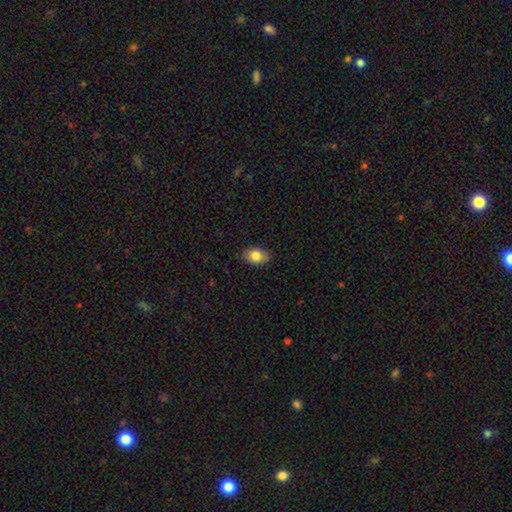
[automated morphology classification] smooth-or-featured: smooth: 83% | featured or disk: 9% | star or artifact: 8%
  how-rounded: in between: 83% | round: 16% | cigar-shaped: 1%
  merging: none: 87% | minor disturbance: 10% | major disturbance: 2% | merger: 1%